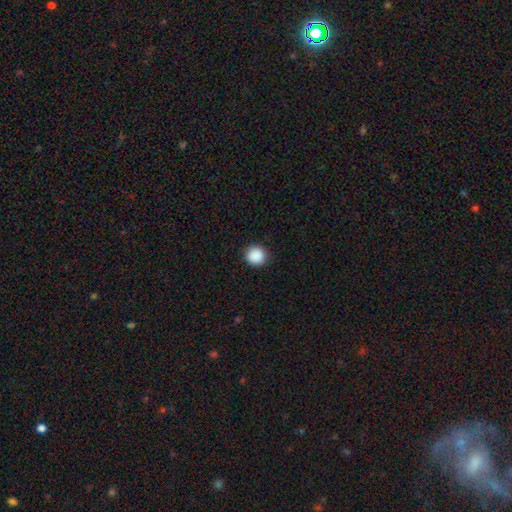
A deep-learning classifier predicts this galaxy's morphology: Q: Smooth or featured?
A: smooth (89%); runner-up: star or artifact (9%)
Q: How rounded?
A: round (94%); runner-up: in between (5%)
Q: Merging?
A: none (91%); runner-up: minor disturbance (6%)